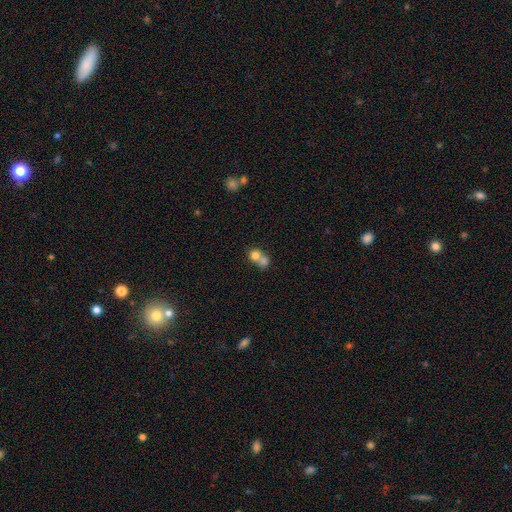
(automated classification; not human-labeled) smooth-or-featured: smooth: 73% | featured or disk: 17% | star or artifact: 10%
  how-rounded: round: 73% | in between: 26% | cigar-shaped: 1%
  merging: merger: 68% | none: 24% | minor disturbance: 5% | major disturbance: 3%